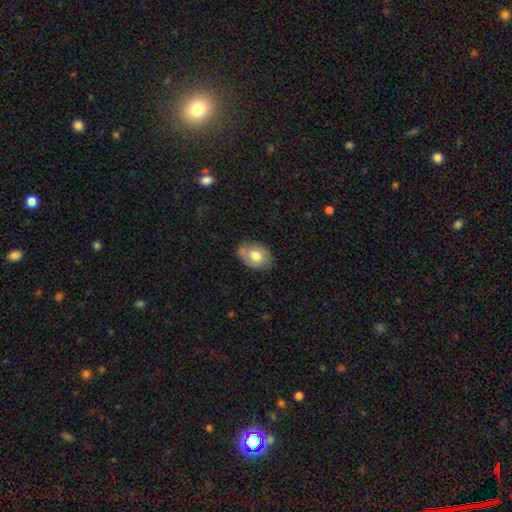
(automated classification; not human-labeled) Smooth or featured?
  - smooth: 71% *
  - featured or disk: 22%
  - star or artifact: 7%
How rounded?
  - in between: 67% *
  - round: 32%
  - cigar-shaped: 1%
Merging?
  - none: 60% *
  - minor disturbance: 26%
  - merger: 9%
  - major disturbance: 6%